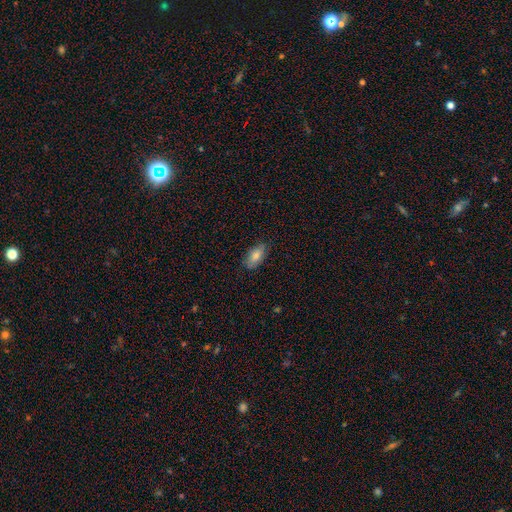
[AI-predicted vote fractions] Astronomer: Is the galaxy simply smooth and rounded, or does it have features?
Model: smooth — 77%.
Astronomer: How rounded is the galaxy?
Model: in between — 90%.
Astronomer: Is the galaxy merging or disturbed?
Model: none — 77%.